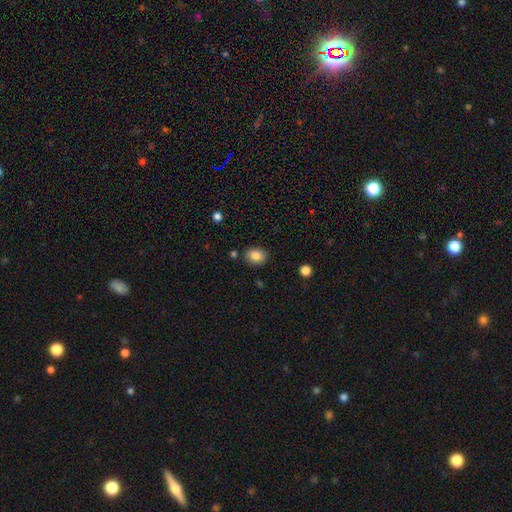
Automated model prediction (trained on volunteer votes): This appears to be a smooth galaxy with no disk features (84%) that is in between round and cigar-shaped (53%). Merging: none (85%).